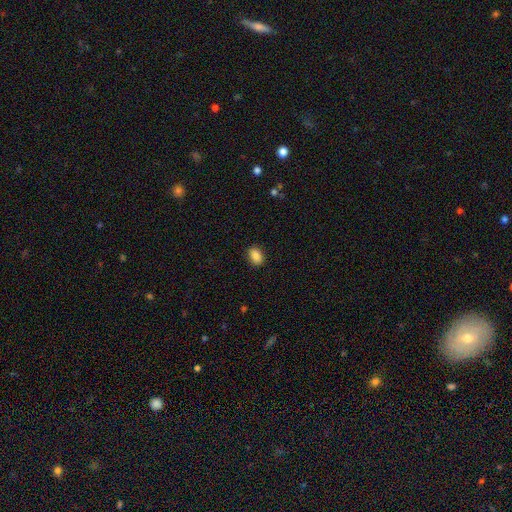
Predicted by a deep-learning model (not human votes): Morphology: type=smooth (87%); roundness=in between (79%); merging=none (88%).